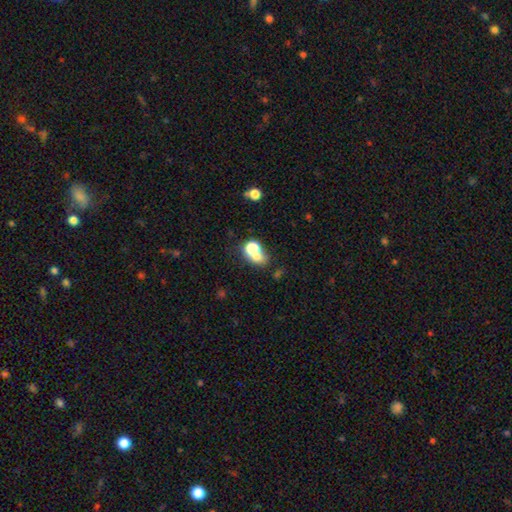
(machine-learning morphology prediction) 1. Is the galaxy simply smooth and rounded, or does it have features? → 66% smooth, 17% featured or disk, 17% star or artifact.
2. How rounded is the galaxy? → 49% round (tied), 49% in between (tied), 2% cigar-shaped.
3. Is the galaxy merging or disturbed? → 48% merger, 31% none, 11% minor disturbance, 10% major disturbance.